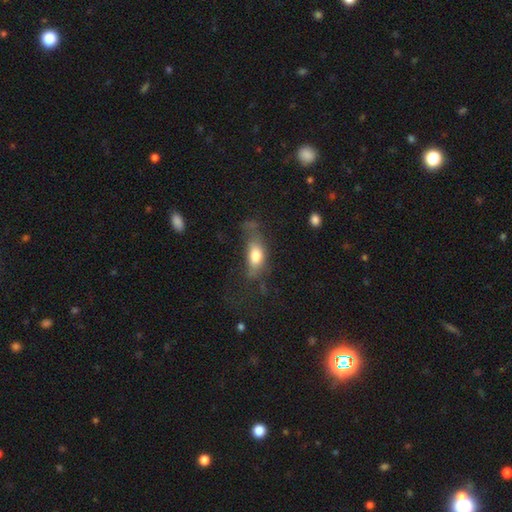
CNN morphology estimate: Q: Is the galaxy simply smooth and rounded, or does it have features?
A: smooth — 72%.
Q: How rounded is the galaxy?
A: in between — 80%.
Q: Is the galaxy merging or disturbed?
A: none — 37%.